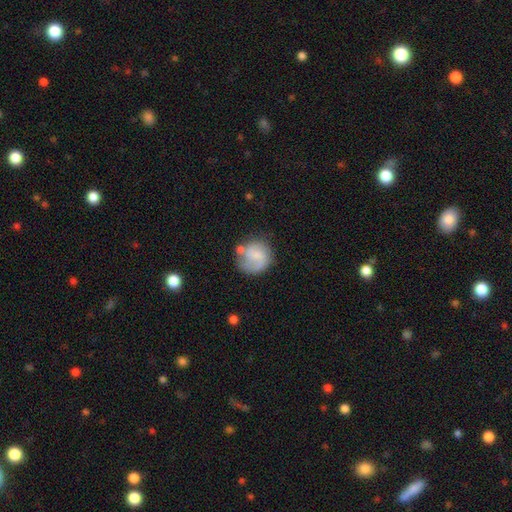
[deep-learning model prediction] The model was most divided on "spiral winding": medium: 45%, tight: 33%, loose: 22%. Remaining: edge-on disk — no (98%); spiral arms — yes (88%); spiral arm count — 2 (65%); merging — none (59%); smooth or featured — featured or disk (58%); bar — no (57%); bulge size — small (49%).